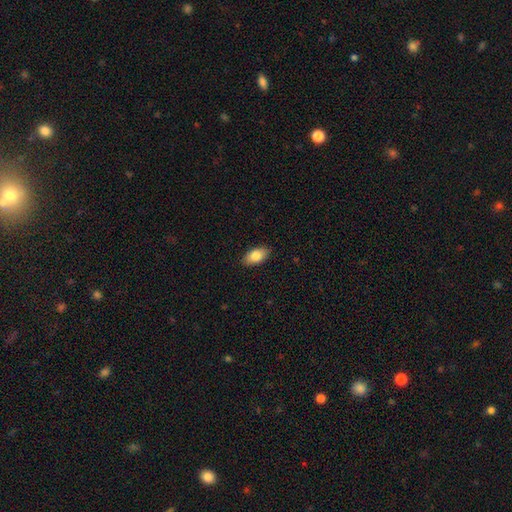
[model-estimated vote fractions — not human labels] Q: Smooth or featured?
A: smooth (82%); runner-up: featured or disk (11%)
Q: How rounded?
A: in between (92%); runner-up: round (4%)
Q: Merging?
A: none (88%); runner-up: minor disturbance (9%)